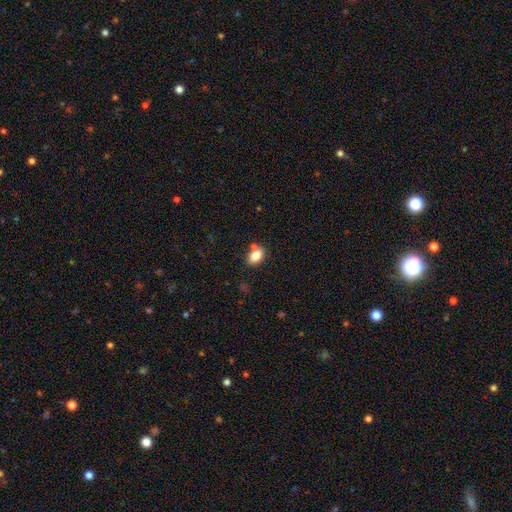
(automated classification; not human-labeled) The model was most divided on "merging": none: 70%, minor disturbance: 14%, merger: 13%, major disturbance: 3%. More confident: how rounded — in between (84%); smooth or featured — smooth (82%).